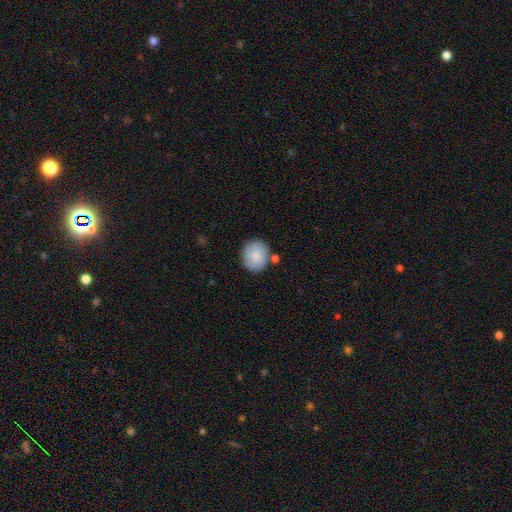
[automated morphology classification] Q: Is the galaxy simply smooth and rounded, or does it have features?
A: smooth — 84%.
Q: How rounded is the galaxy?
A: round — 77%.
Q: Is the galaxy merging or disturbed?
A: none — 76%.